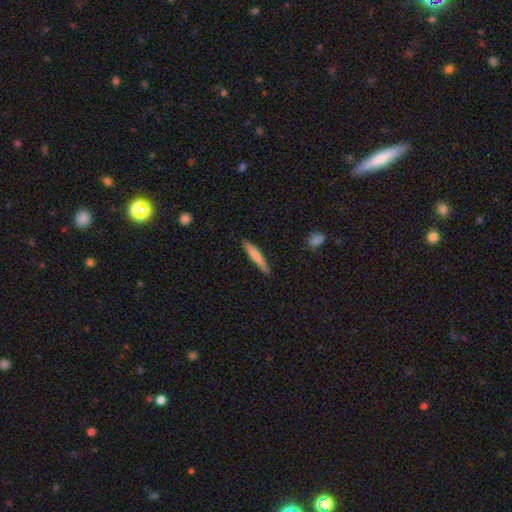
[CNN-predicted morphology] A smooth galaxy with no disk features (72%) that is cigar-shaped (93%). Merging: none (84%).